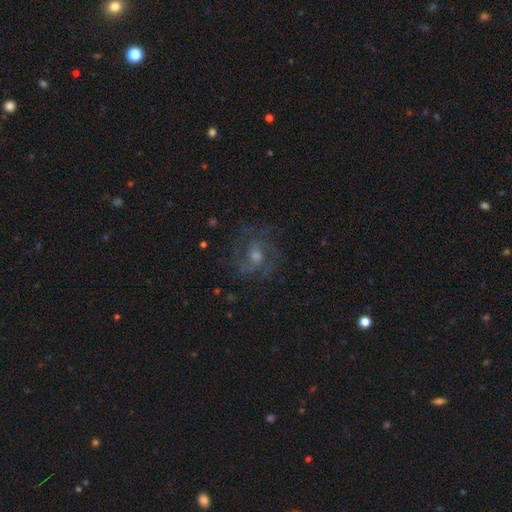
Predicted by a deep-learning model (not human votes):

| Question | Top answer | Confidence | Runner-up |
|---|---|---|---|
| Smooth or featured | featured or disk | 77% | star or artifact (13%) |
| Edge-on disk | no | 97% | yes (3%) |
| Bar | no | 52% | weak (40%) |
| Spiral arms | yes | 95% | no (5%) |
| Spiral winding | medium | 52% | tight (33%) |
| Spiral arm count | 2 | 45% | 3 (23%) |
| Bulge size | moderate | 52% | small (35%) |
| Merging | none | 75% | minor disturbance (14%) |